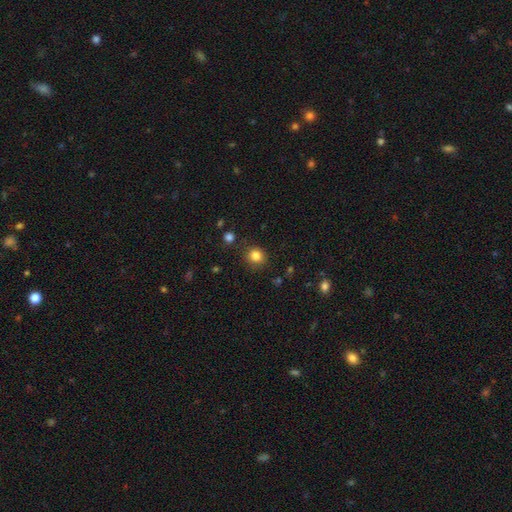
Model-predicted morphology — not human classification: smooth 83%, star or artifact 12%, featured or disk 5%. Down the decision tree: how rounded — round (83%); merging — none (84%).